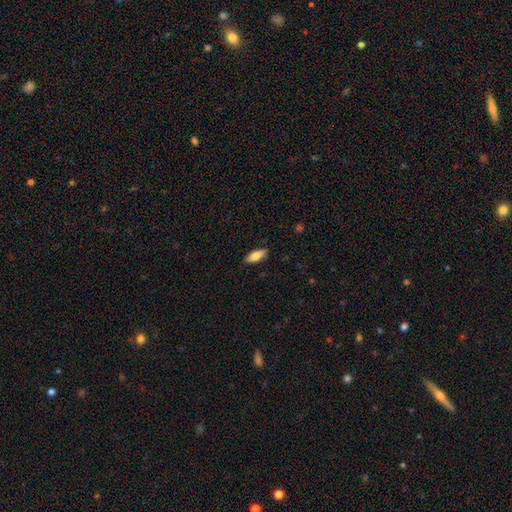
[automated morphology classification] Smooth or featured? smooth (80%)
How rounded? in between (72%)
Merging? none (87%)